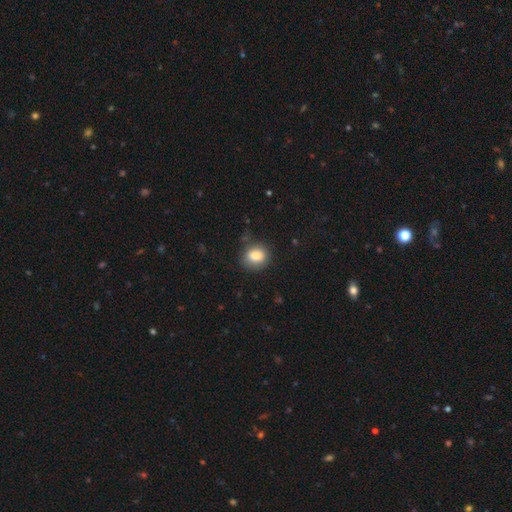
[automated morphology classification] smooth 85%, star or artifact 9%, featured or disk 6%. Down the decision tree: how rounded — round (57%); merging — none (78%).